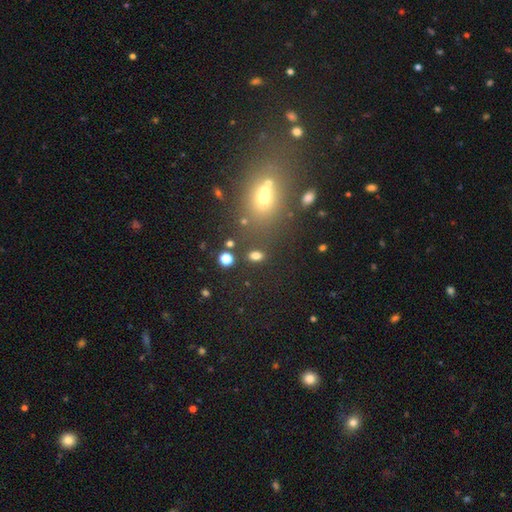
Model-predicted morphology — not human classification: This is likely a smooth galaxy (76%). How rounded: likely in between (79%). Merging: likely none (78%).